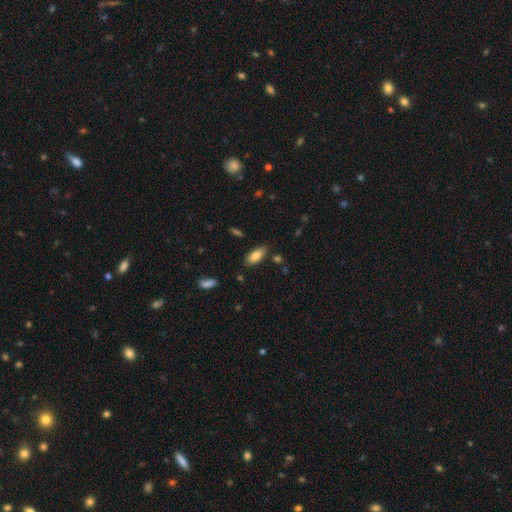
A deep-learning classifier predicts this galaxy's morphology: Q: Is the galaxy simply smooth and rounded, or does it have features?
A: smooth — 82%.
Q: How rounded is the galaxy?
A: in between — 87%.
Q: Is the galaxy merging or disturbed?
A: none — 83%.